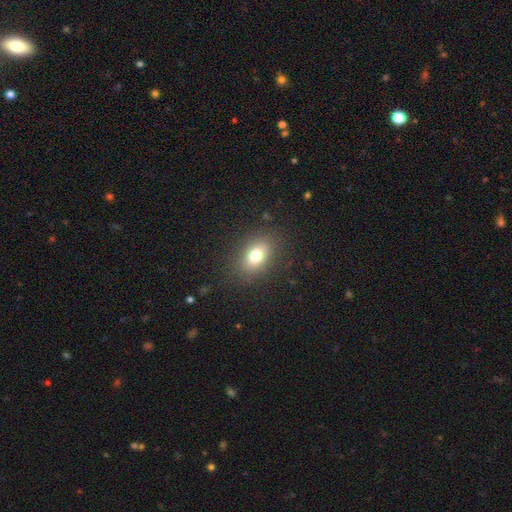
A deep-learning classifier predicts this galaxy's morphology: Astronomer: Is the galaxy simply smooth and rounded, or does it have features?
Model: smooth — 76%.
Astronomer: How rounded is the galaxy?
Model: in between — 76%.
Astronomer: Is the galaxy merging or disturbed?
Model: none — 84%.